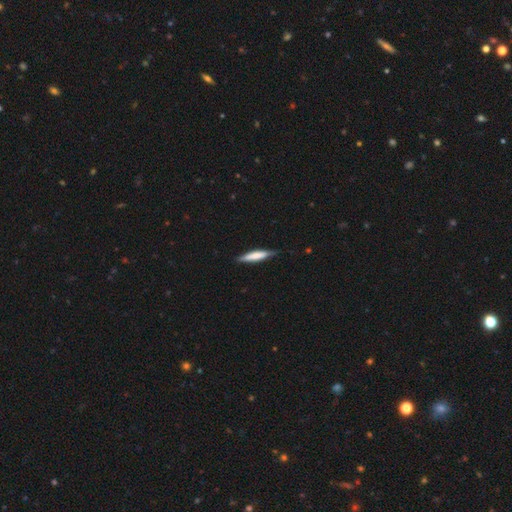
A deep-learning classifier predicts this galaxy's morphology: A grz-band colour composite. It shows a smooth galaxy with no disk features (60%) that is cigar-shaped (87%). Merging: none (82%).